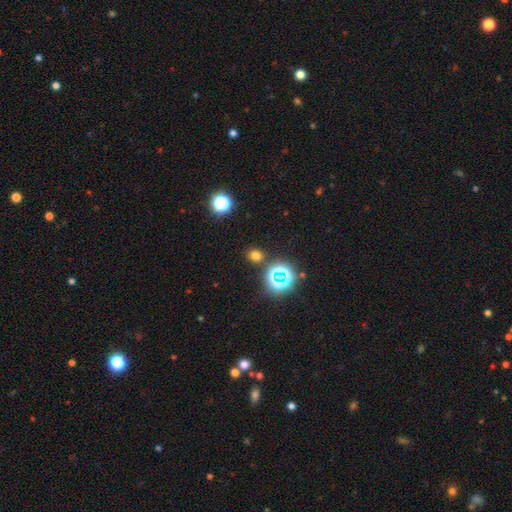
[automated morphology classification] Overall: smooth (66%; star or artifact 28%). How rounded: round (75%). Merging: none (84%).